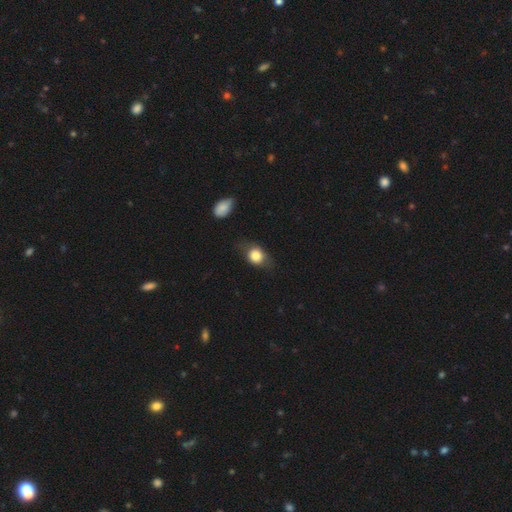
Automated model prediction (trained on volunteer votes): Smooth or featured?
  - smooth: 75% *
  - featured or disk: 17%
  - star or artifact: 8%
How rounded?
  - in between: 52% *
  - round: 46%
  - cigar-shaped: 3%
Merging?
  - none: 64% *
  - minor disturbance: 24%
  - major disturbance: 10%
  - merger: 2%